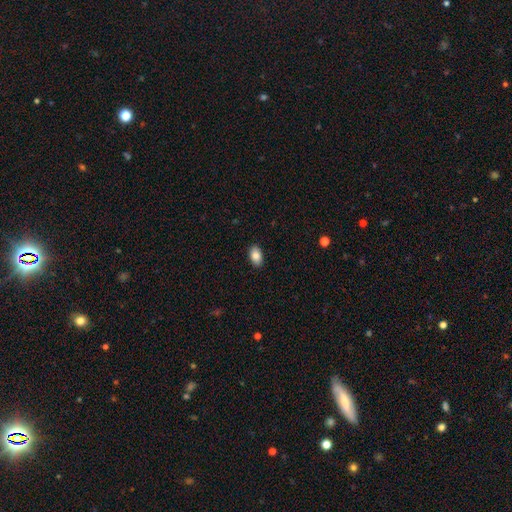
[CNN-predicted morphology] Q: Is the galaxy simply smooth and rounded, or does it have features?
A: smooth — 85%.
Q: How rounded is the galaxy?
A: in between — 92%.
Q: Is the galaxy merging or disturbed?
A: none — 89%.